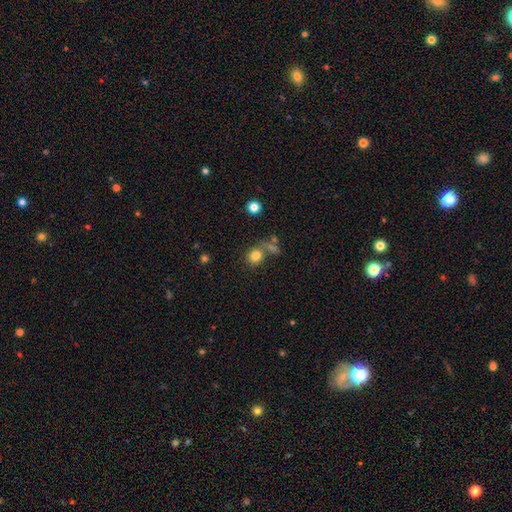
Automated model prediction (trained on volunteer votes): Smooth or featured?
  - smooth: 80% *
  - star or artifact: 12%
  - featured or disk: 8%
How rounded?
  - round: 72% *
  - in between: 27%
  - cigar-shaped: 1%
Merging?
  - none: 61% *
  - merger: 19%
  - minor disturbance: 13%
  - major disturbance: 7%